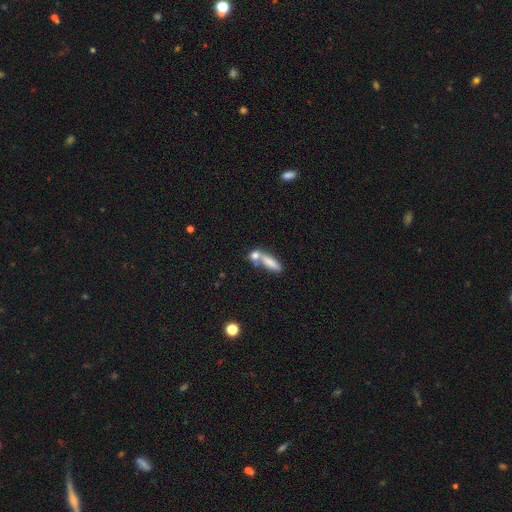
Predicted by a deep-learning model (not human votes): Morphology: type=smooth (74%); roundness=cigar-shaped (46%); merging=none (43%).